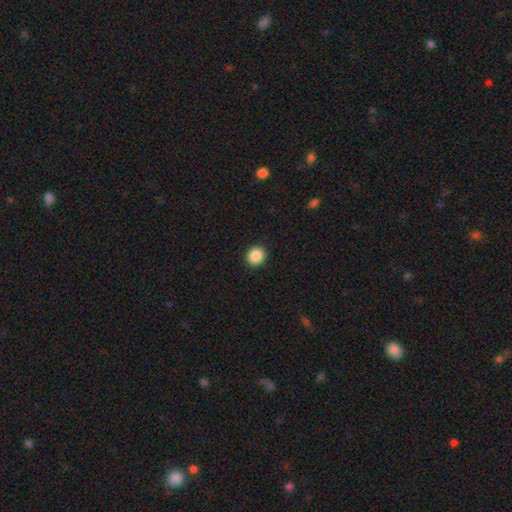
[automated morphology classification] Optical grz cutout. It shows a smooth galaxy with no disk features (88%) that is round (86%). Merging: none (92%).